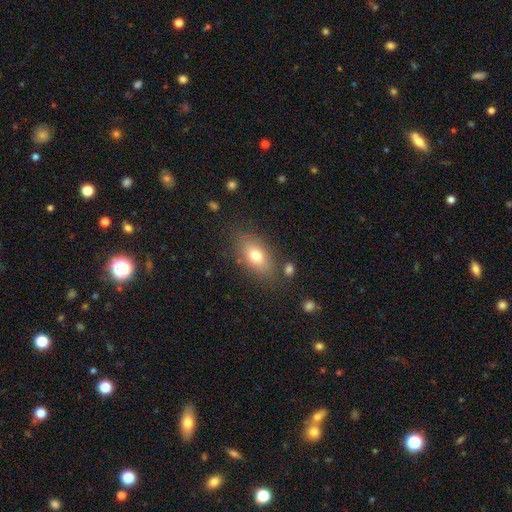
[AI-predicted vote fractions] A smooth galaxy with no disk features (73%) that is in between round and cigar-shaped (84%). Merging: none (79%).